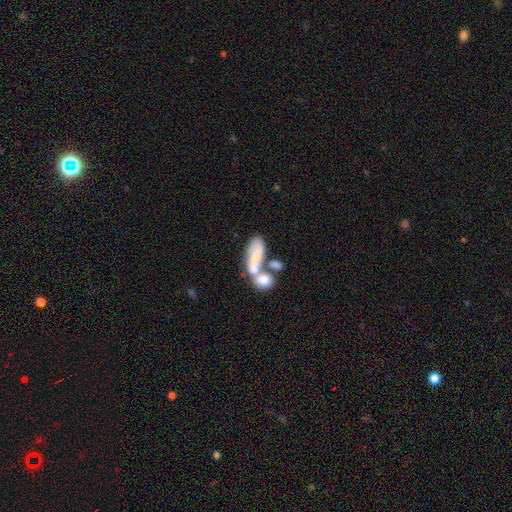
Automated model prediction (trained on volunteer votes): This appears to be a smooth galaxy with no disk features (64%) that is in between round and cigar-shaped (77%). Merging: merger (57%).